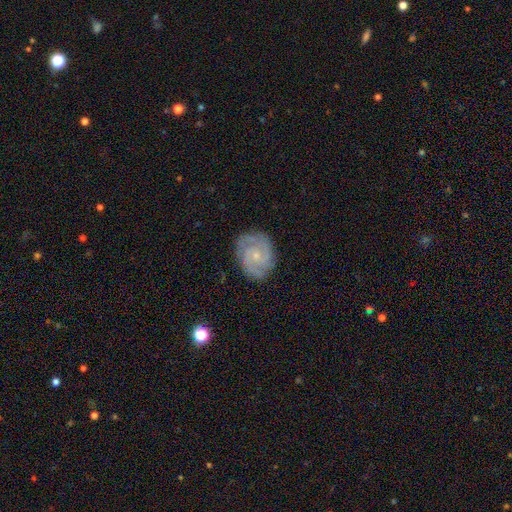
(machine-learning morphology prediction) smooth_or_featured: featured or disk (p=0.86) [alt: smooth p=0.09]
disk_edge_on: no (p=0.98) [alt: yes p=0.02]
bar: no (p=0.69) [alt: weak p=0.27]
has_spiral_arms: yes (p=0.97) [alt: no p=0.03]
spiral_winding: tight (p=0.61) [alt: medium p=0.34]
spiral_arm_count: 2 (p=0.43) [alt: 3 p=0.32]
bulge_size: small (p=0.77) [alt: moderate p=0.19]
merging: none (p=0.82) [alt: minor disturbance p=0.13]